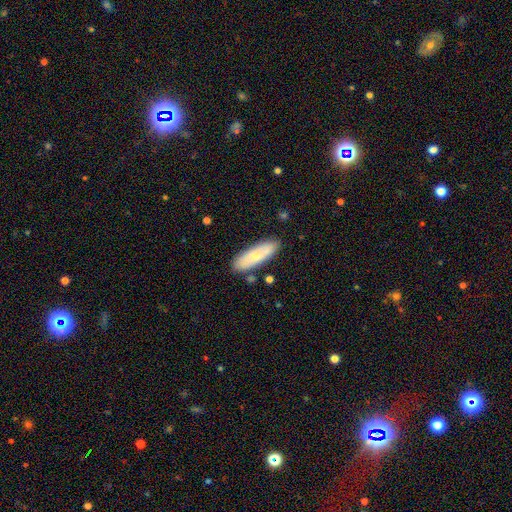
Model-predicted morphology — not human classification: This appears to be a smooth galaxy with no disk features (66%) that is in between round and cigar-shaped (54%). Merging: none (82%).